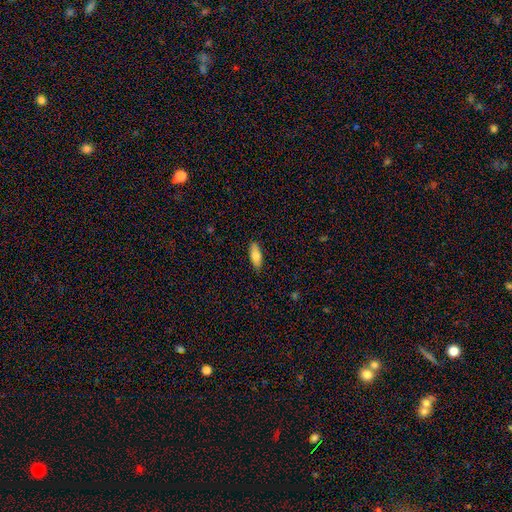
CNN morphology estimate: smooth 81%, featured or disk 13%, star or artifact 6%. Down the decision tree: how rounded — in between (71%); merging — none (85%).